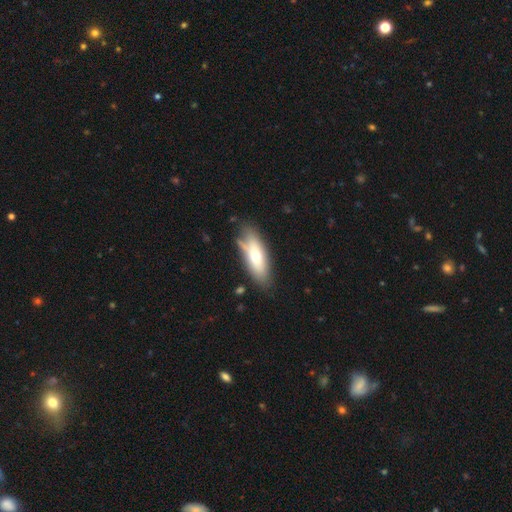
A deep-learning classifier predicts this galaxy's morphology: Q: Smooth or featured?
A: smooth (59%); runner-up: featured or disk (35%)
Q: How rounded?
A: in between (68%); runner-up: cigar-shaped (30%)
Q: Merging?
A: none (67%); runner-up: minor disturbance (22%)